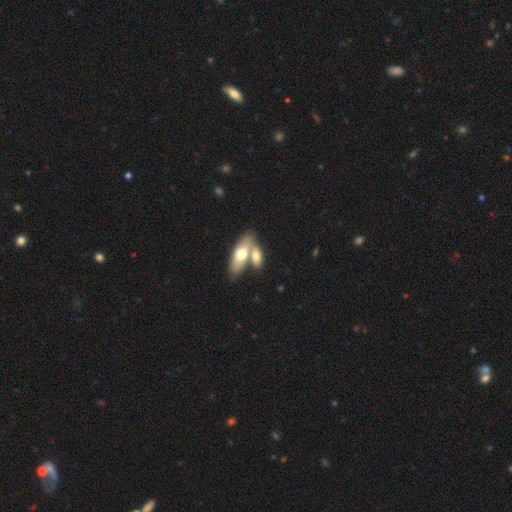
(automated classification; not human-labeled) A smooth galaxy with no disk features (68%) that is in between round and cigar-shaped (78%).

Vote fractions:
- Smooth or featured? smooth: 68% / featured or disk: 27% / star or artifact: 5%
- How rounded? in between: 78% / cigar-shaped: 18% / round: 4%
- Merging? merger: 56% / none: 32% / minor disturbance: 8% / major disturbance: 3%